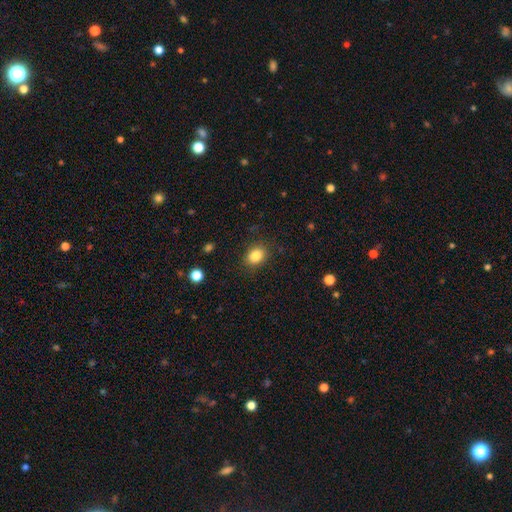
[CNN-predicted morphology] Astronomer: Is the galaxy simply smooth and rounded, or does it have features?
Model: smooth — 85%.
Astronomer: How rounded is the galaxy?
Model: in between — 56% (runner-up: round, 43%).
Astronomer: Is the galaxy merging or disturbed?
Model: none — 86%.